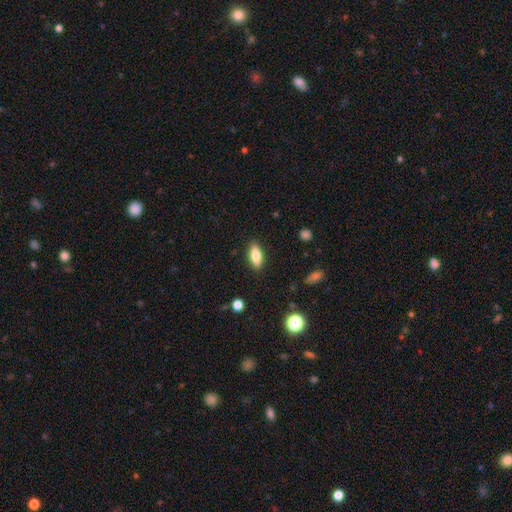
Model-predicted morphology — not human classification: This is likely a smooth galaxy (73%). How rounded: likely in between (70%). Merging: clearly none (87%).